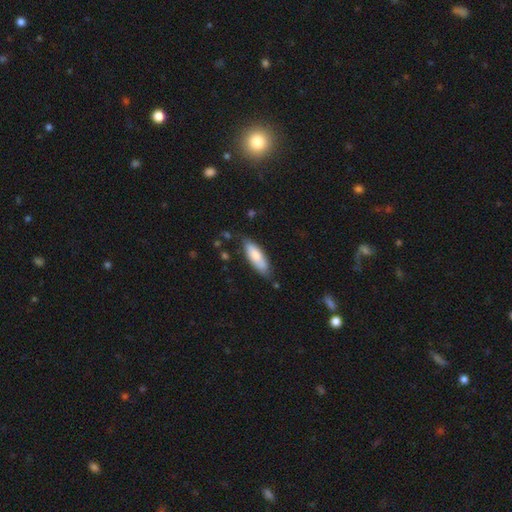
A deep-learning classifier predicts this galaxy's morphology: smooth 75%, featured or disk 20%, star or artifact 6%. Down the decision tree: how rounded — in between (61%); merging — none (72%).